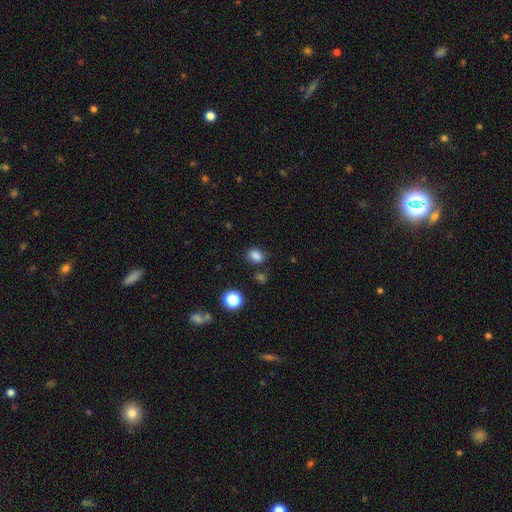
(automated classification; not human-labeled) Morphology: type=smooth (82%); roundness=in between (59%); merging=none (76%).